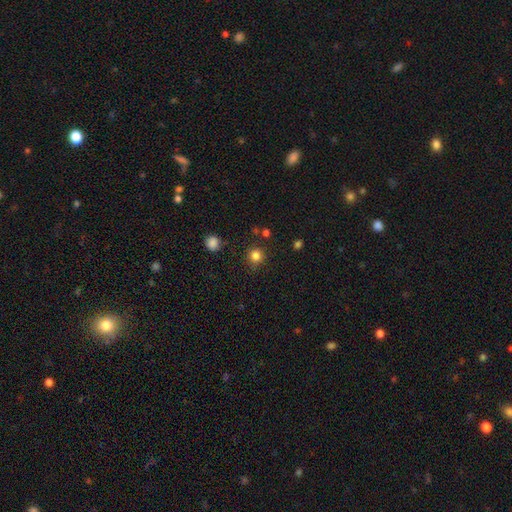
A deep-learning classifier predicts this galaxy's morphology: Q: Smooth or featured?
A: smooth (82%); runner-up: star or artifact (13%)
Q: How rounded?
A: round (93%); runner-up: in between (6%)
Q: Merging?
A: none (84%); runner-up: minor disturbance (9%)